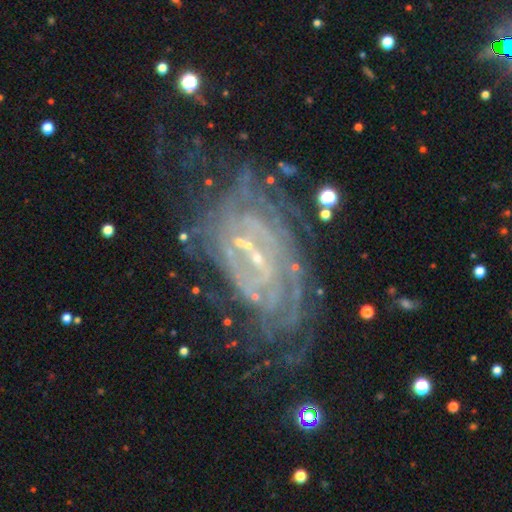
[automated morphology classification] Q: Smooth or featured?
A: featured or disk (84%); runner-up: star or artifact (9%)
Q: Edge-on disk?
A: no (95%); runner-up: yes (5%)
Q: Bar?
A: weak (43%); runner-up: strong (33%)
Q: Spiral arms?
A: yes (94%); runner-up: no (6%)
Q: Spiral winding?
A: tight (71%); runner-up: medium (23%)
Q: Spiral arm count?
A: can't tell (39%); runner-up: 2 (17%)
Q: Bulge size?
A: small (77%); runner-up: moderate (12%)
Q: Merging?
A: none (63%); runner-up: minor disturbance (21%)